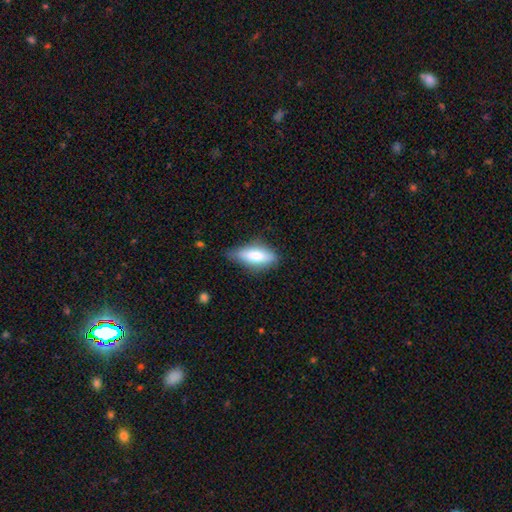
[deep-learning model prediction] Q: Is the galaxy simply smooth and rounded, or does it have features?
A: smooth — 72%.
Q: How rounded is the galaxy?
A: in between — 65%.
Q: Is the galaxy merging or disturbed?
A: none — 70%.